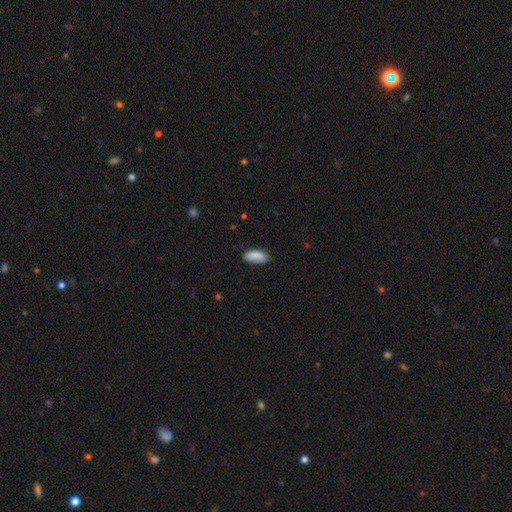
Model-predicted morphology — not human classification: type=smooth (85%); roundness=in between (85%); merging=none (72%).